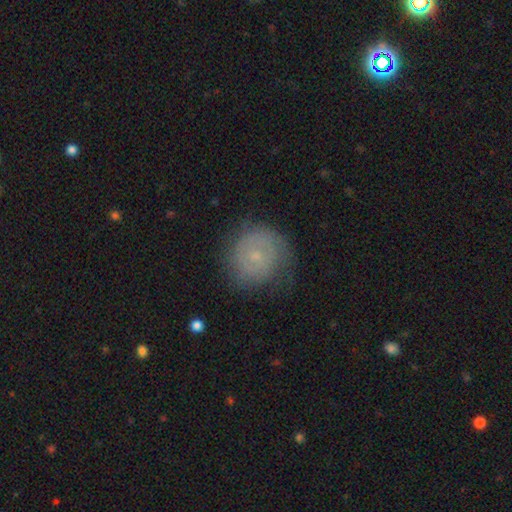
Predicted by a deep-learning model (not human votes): Smooth or featured? smooth (46%)
Merging? none (68%)